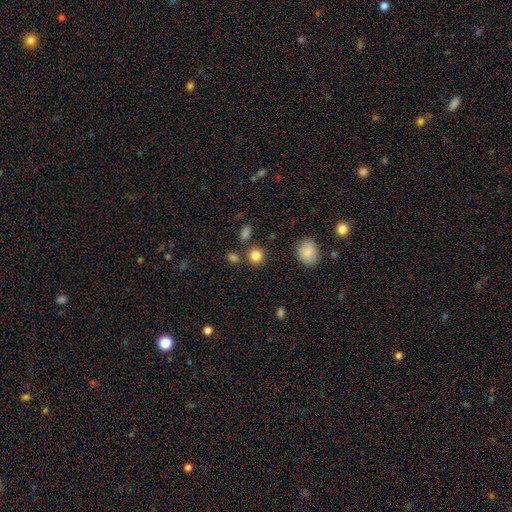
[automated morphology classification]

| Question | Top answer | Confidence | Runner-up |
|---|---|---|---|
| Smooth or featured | smooth | 83% | star or artifact (12%) |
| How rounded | round | 86% | in between (13%) |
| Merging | none | 79% | merger (9%) |